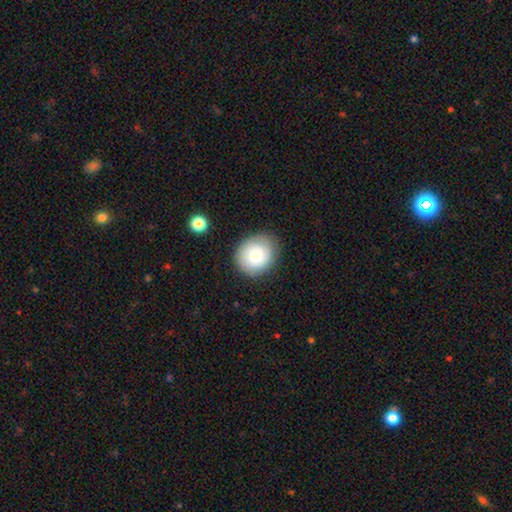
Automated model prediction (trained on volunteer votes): smooth-or-featured: smooth: 76% | featured or disk: 16% | star or artifact: 8%
  how-rounded: round: 74% | in between: 25% | cigar-shaped: 1%
  merging: none: 82% | minor disturbance: 13% | major disturbance: 3% | merger: 2%